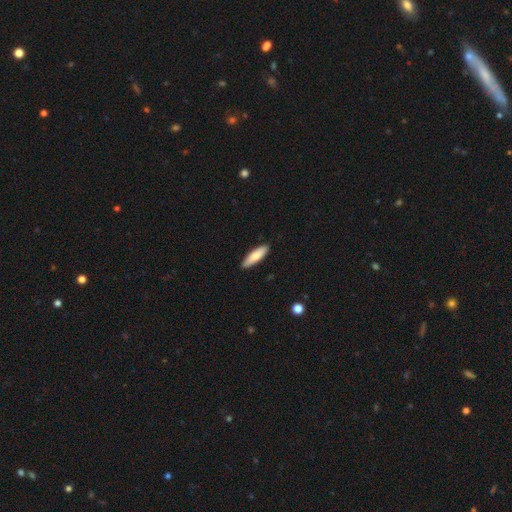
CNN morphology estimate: Q: Smooth or featured?
A: smooth (79%); runner-up: featured or disk (15%)
Q: How rounded?
A: cigar-shaped (62%); runner-up: in between (36%)
Q: Merging?
A: none (89%); runner-up: minor disturbance (8%)